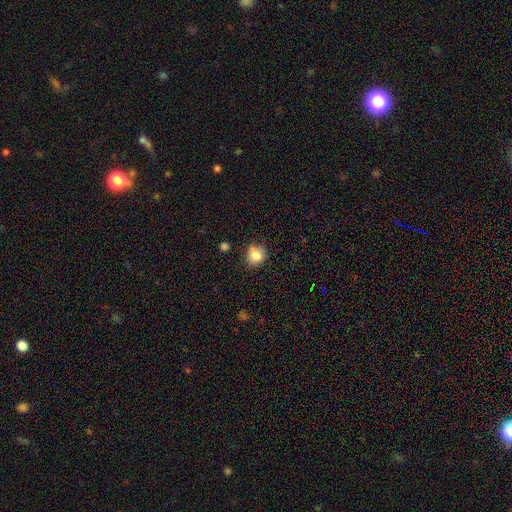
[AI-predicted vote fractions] Smooth or featured?
  - smooth: 82% *
  - star or artifact: 10%
  - featured or disk: 7%
How rounded?
  - round: 85% *
  - in between: 14%
  - cigar-shaped: 1%
Merging?
  - none: 73% *
  - minor disturbance: 18%
  - merger: 5%
  - major disturbance: 4%